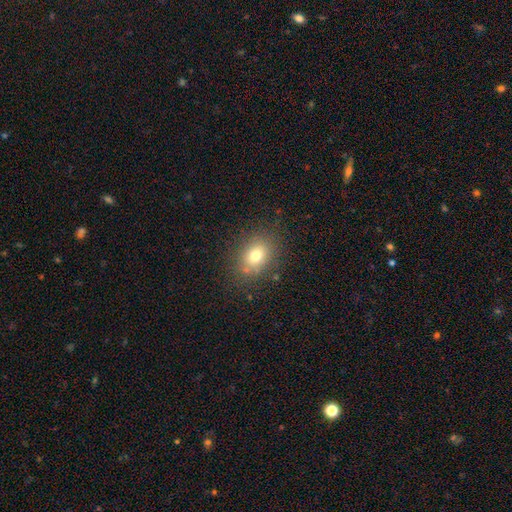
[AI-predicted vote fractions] The model was most divided on "how rounded": in between: 61%, round: 38%, cigar-shaped: 1%. More confident: merging — none (81%); smooth or featured — smooth (74%).